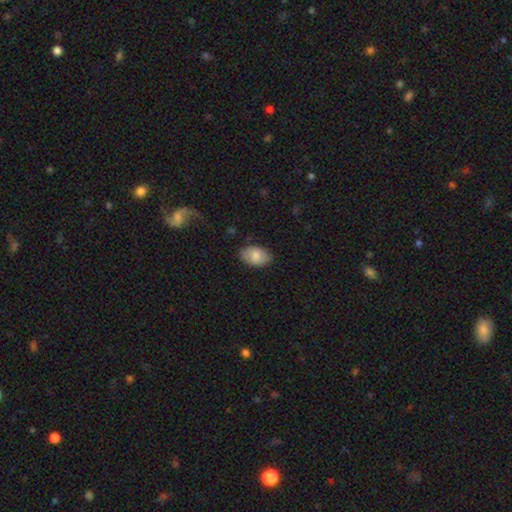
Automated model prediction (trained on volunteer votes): Smooth or featured?
  - smooth: 79% *
  - featured or disk: 15%
  - star or artifact: 7%
How rounded?
  - in between: 89% *
  - round: 10%
  - cigar-shaped: 1%
Merging?
  - none: 83% *
  - minor disturbance: 13%
  - major disturbance: 3%
  - merger: 1%